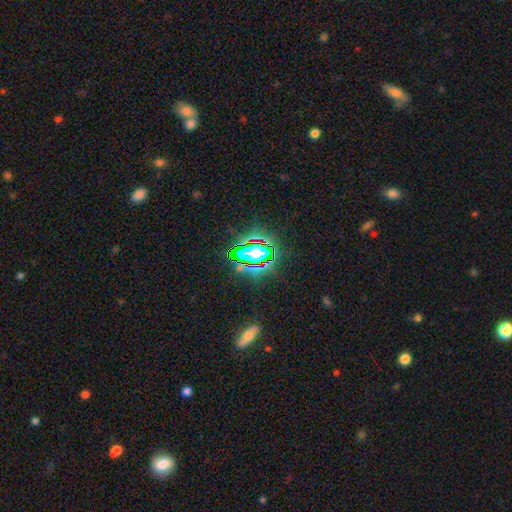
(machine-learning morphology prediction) type=star or artifact (74%).